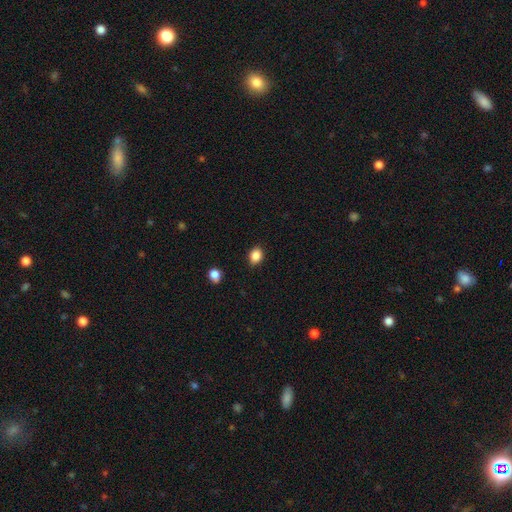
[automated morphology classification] Smooth or featured: smooth — 86% (star or artifact — 10%)
How rounded: in between — 56% (round — 43%)
Merging: none — 86% (minor disturbance — 10%)